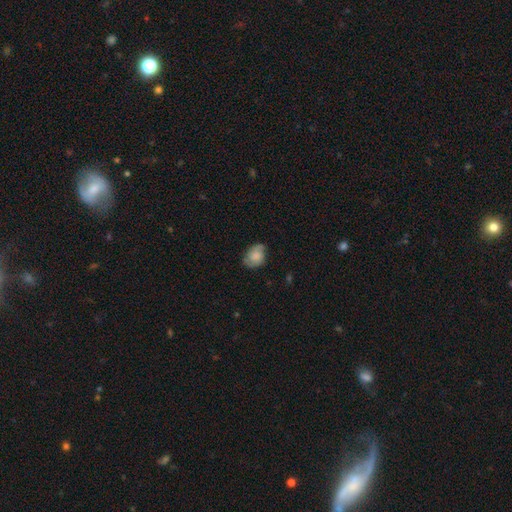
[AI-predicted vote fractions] Smooth or featured?
  - smooth: 64% *
  - featured or disk: 27%
  - star or artifact: 8%
How rounded?
  - in between: 64% *
  - round: 35%
  - cigar-shaped: 1%
Merging?
  - none: 60% *
  - minor disturbance: 30%
  - major disturbance: 9%
  - merger: 2%